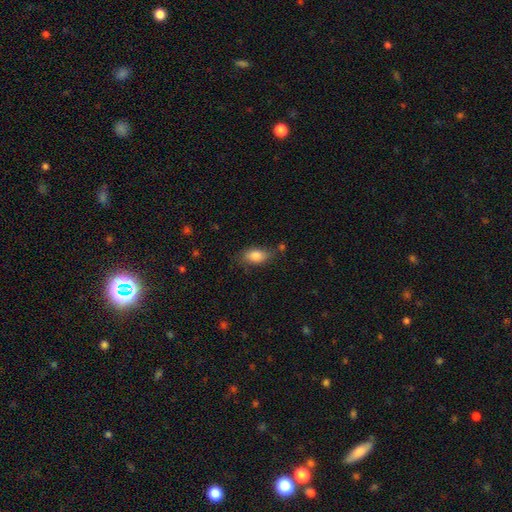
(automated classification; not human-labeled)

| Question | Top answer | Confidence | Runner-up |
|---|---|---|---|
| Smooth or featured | smooth | 82% | featured or disk (10%) |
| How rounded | in between | 88% | round (7%) |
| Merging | none | 70% | minor disturbance (21%) |